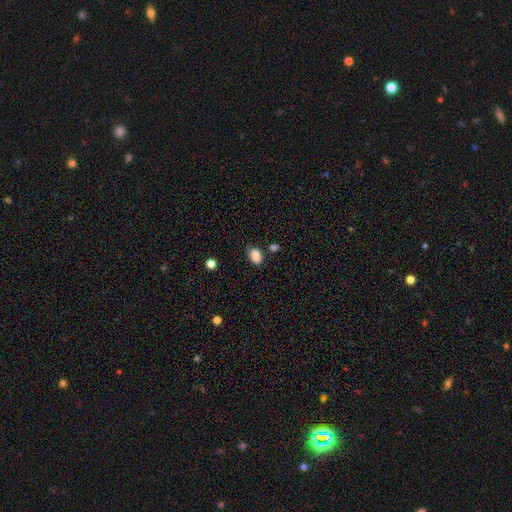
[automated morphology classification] type=smooth (86%); roundness=in between (83%); merging=none (63%).